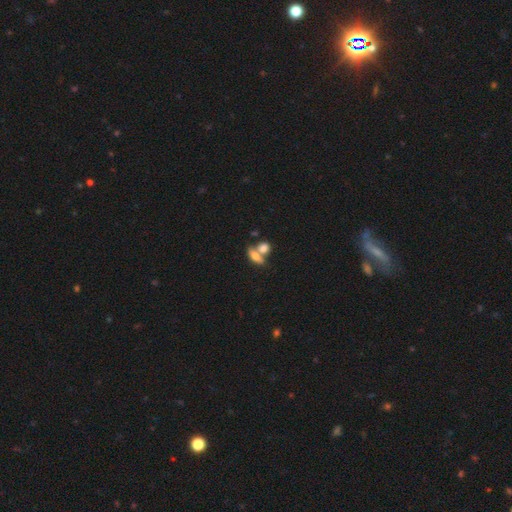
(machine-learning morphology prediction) Smooth or featured: smooth — 67% (featured or disk — 23%)
How rounded: in between — 69% (round — 16%)
Merging: merger — 51% (none — 36%)